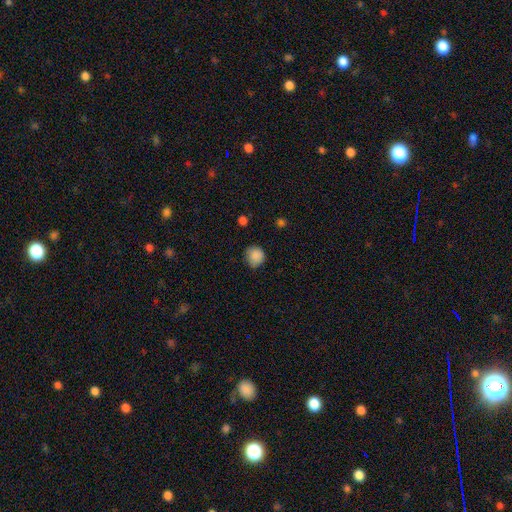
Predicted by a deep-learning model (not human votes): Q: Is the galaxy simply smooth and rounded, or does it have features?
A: smooth — 87%.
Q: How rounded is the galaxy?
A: round — 86%.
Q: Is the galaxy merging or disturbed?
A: none — 76%.